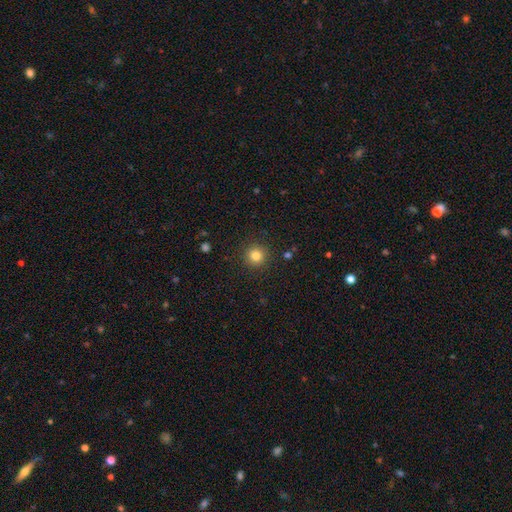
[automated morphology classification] type=smooth (82%); roundness=round (95%); merging=none (91%).